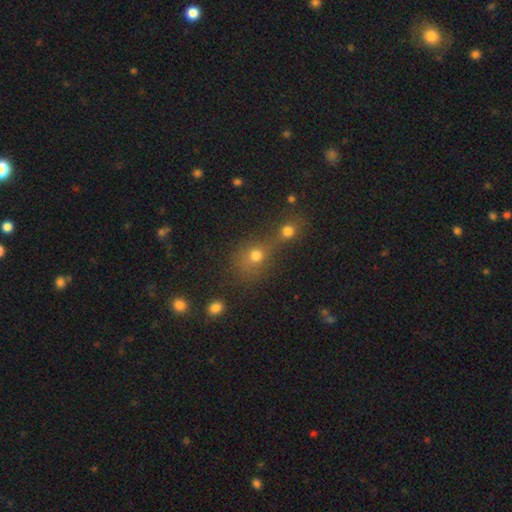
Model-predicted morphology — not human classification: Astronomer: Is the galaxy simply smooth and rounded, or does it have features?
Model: smooth — 71%.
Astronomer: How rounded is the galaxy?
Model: round — 72%.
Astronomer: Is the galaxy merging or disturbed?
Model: merger — 53% (runner-up: none, 34%).